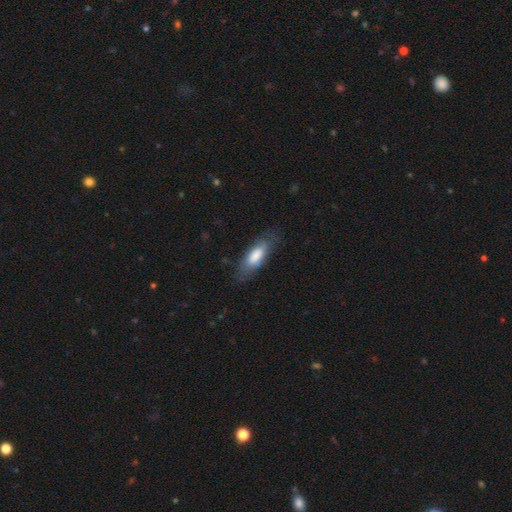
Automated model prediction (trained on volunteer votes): The model was most divided on "how rounded": in between: 66%, cigar-shaped: 32%, round: 2%. More confident: smooth or featured — smooth (75%); merging — none (70%).